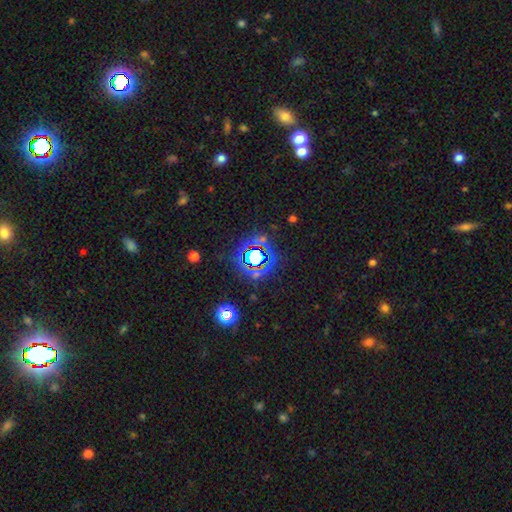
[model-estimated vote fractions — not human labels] Smooth or featured: star or artifact — 73% (smooth — 18%)